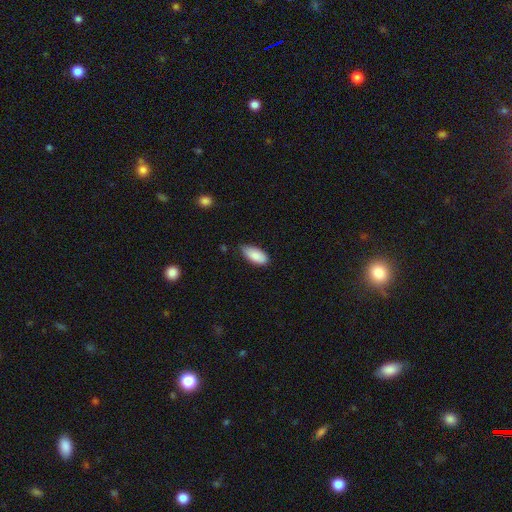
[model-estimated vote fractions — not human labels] Morphology: type=smooth (87%); roundness=in between (90%); merging=none (70%).